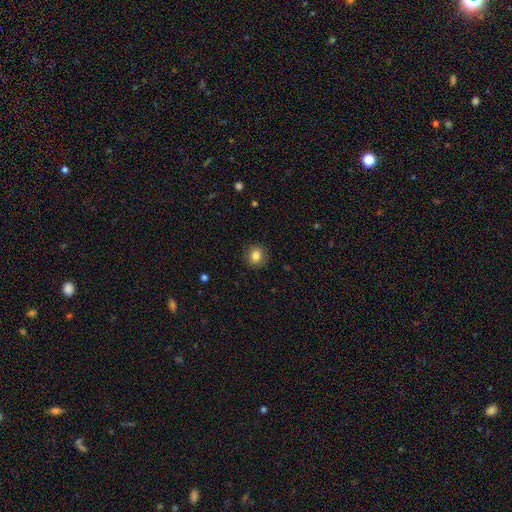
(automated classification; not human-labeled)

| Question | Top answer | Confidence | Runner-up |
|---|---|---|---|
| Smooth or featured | smooth | 84% | star or artifact (10%) |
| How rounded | round | 82% | in between (17%) |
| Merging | none | 90% | minor disturbance (7%) |